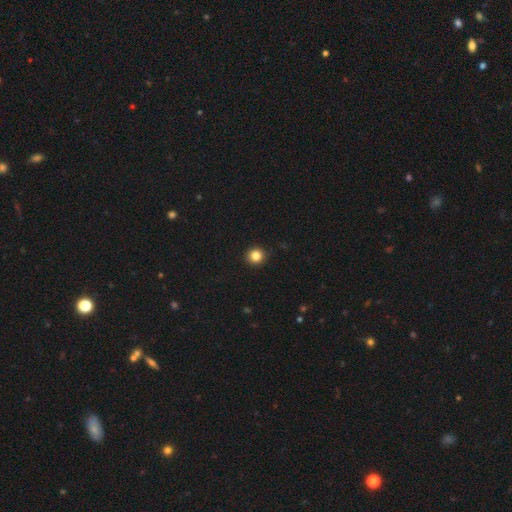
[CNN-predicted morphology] The model was most divided on "smooth or featured": smooth: 85%, star or artifact: 11%, featured or disk: 4%. More confident: how rounded — round (95%); merging — none (93%).